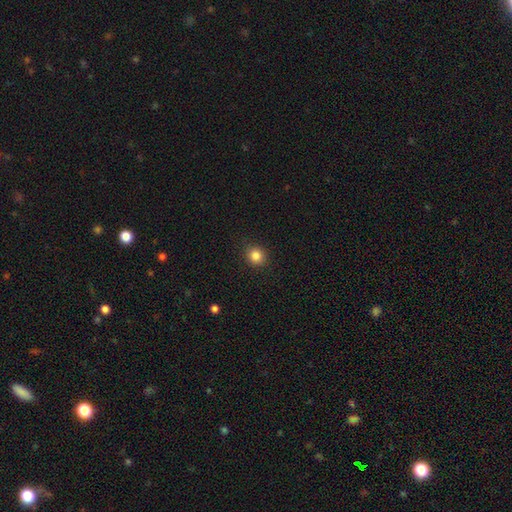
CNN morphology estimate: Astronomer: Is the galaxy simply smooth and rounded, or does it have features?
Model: smooth — 84%.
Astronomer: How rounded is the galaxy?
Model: round — 86%.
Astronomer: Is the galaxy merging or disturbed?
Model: none — 90%.